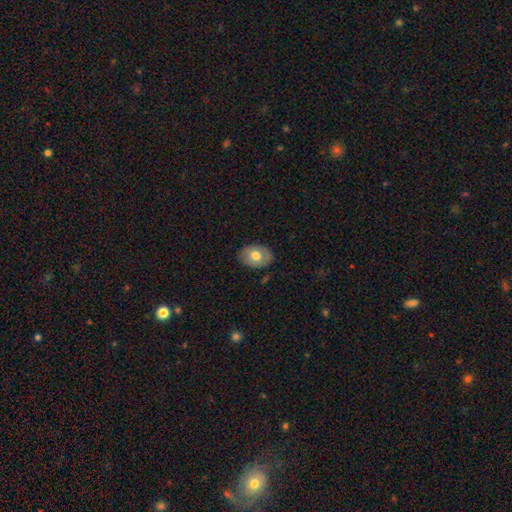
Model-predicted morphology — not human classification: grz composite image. It shows a smooth galaxy with no disk features (64%) that is in between round and cigar-shaped (77%). Merging: none (82%).